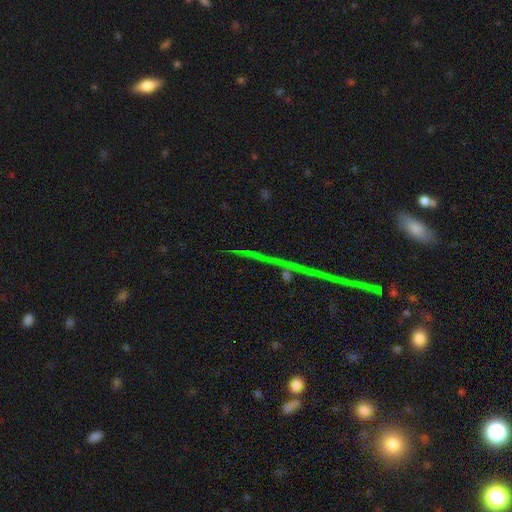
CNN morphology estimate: Smooth or featured?
  - star or artifact: 80% *
  - featured or disk: 12%
  - smooth: 9%